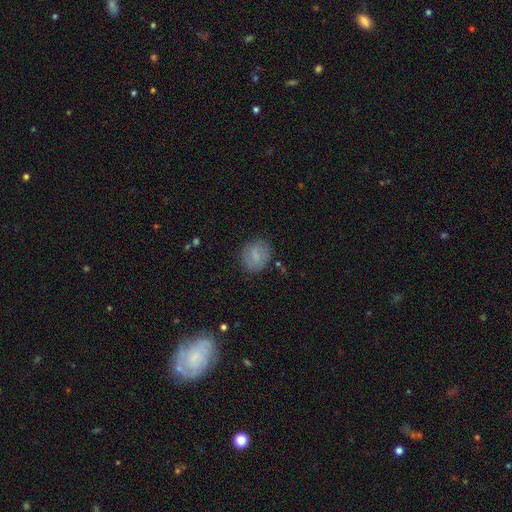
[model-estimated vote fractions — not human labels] This is likely a smooth galaxy (75%). How rounded: possibly round (59%). Merging: clearly none (82%).